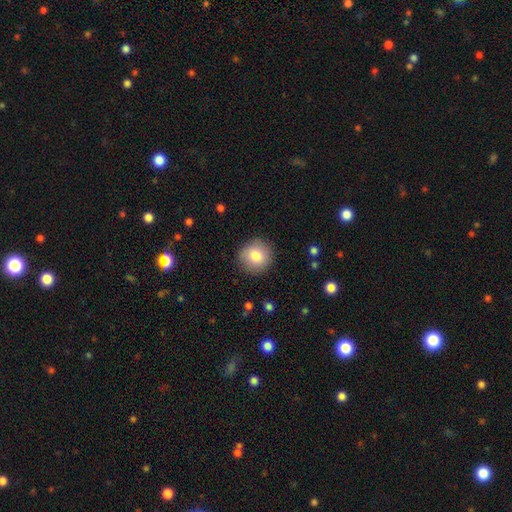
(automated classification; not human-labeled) A smooth galaxy with no disk features (83%) that is round (92%). Merging: none (88%).